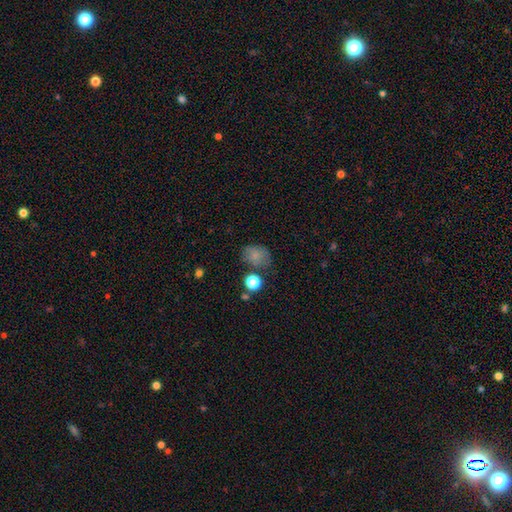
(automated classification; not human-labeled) A smooth galaxy with no disk features (76%) that is in between round and cigar-shaped (56%).

Vote fractions:
- Smooth or featured? smooth: 76% / star or artifact: 14% / featured or disk: 10%
- How rounded? in between: 56% / round: 43% / cigar-shaped: 1%
- Merging? none: 58% / minor disturbance: 23% / major disturbance: 10% / merger: 8%